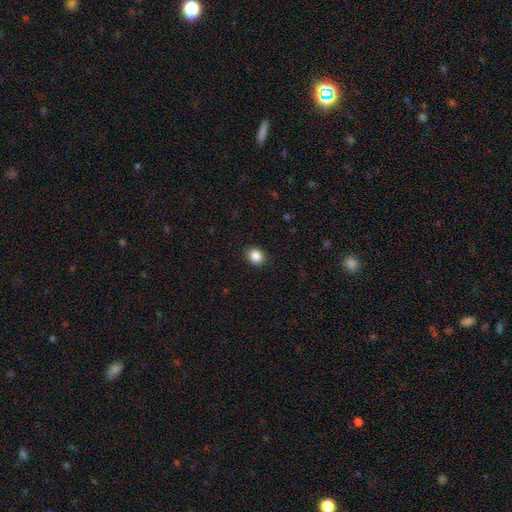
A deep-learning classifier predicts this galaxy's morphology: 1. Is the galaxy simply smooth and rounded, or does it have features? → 86% smooth, 10% star or artifact, 4% featured or disk.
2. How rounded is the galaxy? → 66% round, 33% in between, 1% cigar-shaped.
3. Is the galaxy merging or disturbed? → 89% none, 8% minor disturbance, 2% major disturbance, 1% merger.